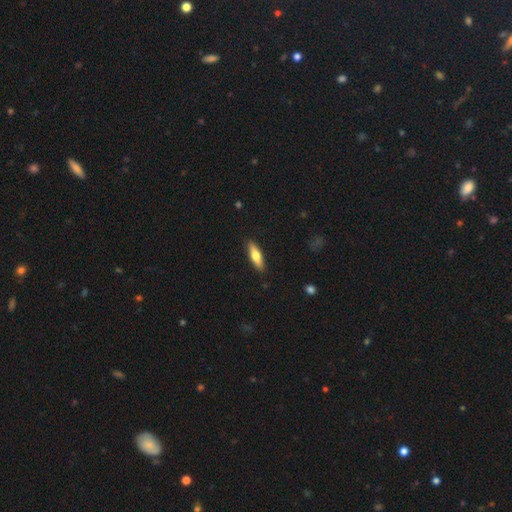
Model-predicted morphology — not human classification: smooth 62%, featured or disk 33%, star or artifact 5%. Down the decision tree: how rounded — cigar-shaped (59%); merging — none (89%).